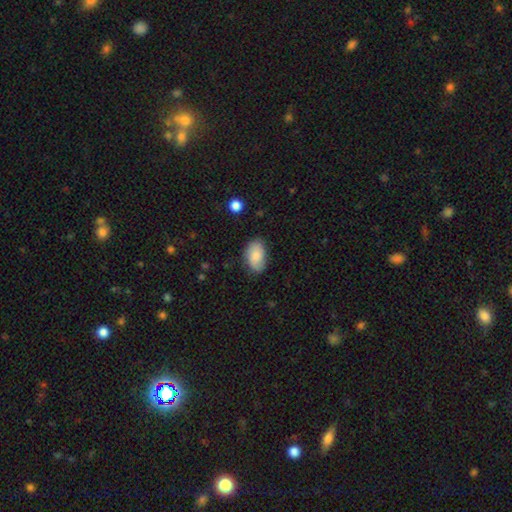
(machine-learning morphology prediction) A smooth galaxy with no disk features (77%) that is in between round and cigar-shaped (91%). Merging: none (72%).